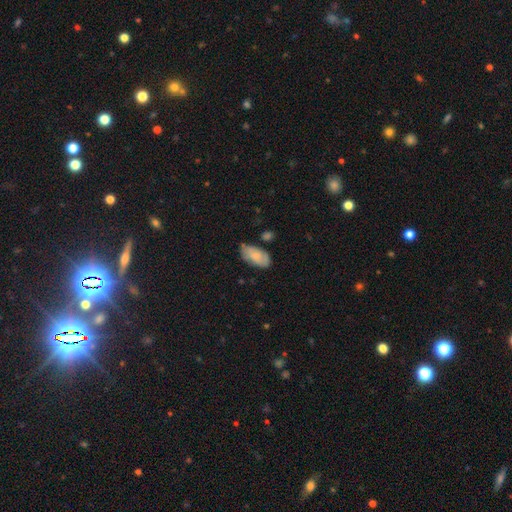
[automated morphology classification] type=smooth (74%); roundness=in between (94%); merging=none (69%).